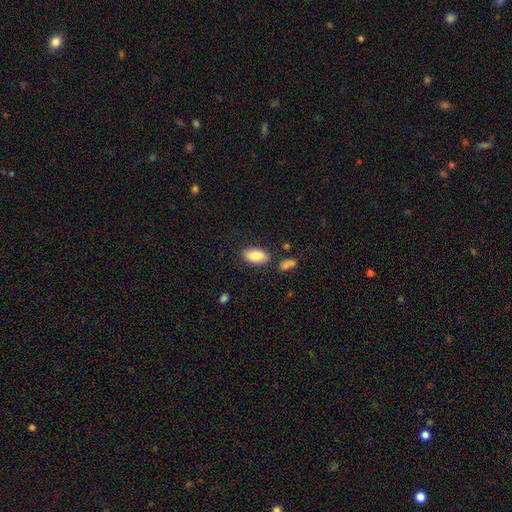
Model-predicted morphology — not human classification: A smooth galaxy with no disk features (83%) that is in between round and cigar-shaped (93%).

Vote fractions:
- Smooth or featured? smooth: 83% / featured or disk: 11% / star or artifact: 7%
- How rounded? in between: 93% / round: 4% / cigar-shaped: 3%
- Merging? none: 79% / minor disturbance: 12% / merger: 5% / major disturbance: 3%